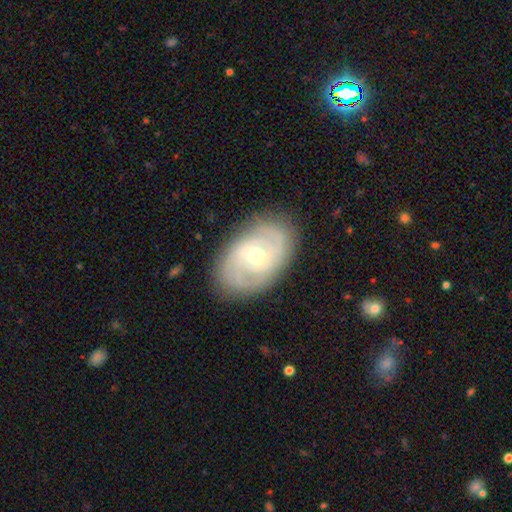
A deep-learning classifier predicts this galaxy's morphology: A featured or disk galaxy (83%) with a weak bar (44%), 2 (42%) tight (67%) spiral arms (93%) and a moderate central bulge (57%).

Vote fractions:
- Smooth or featured? featured or disk: 83% / smooth: 11% / star or artifact: 5%
- Edge-on disk? no: 96% / yes: 4%
- Bar? weak: 44% / no: 43% / strong: 12%
- Spiral arms? yes: 93% / no: 7%
- Spiral winding? tight: 67% / medium: 27% / loose: 6%
- Spiral arm count? 2: 42% / can't tell: 25% / 3: 20% / 4: 6% / 1: 4% / more than 4: 4%
- Bulge size? moderate: 57% / small: 39% / large: 2% / none: 1% / dominant: 1%
- Merging? none: 83% / minor disturbance: 12% / major disturbance: 3% / merger: 1%